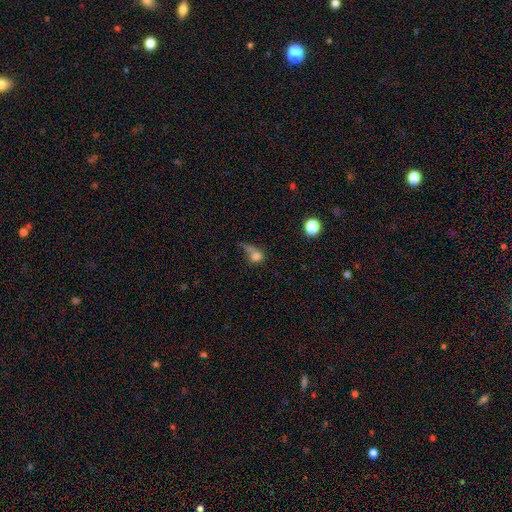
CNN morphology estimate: smooth-or-featured: smooth: 68% | featured or disk: 17% | star or artifact: 15%
  how-rounded: round: 57% | in between: 38% | cigar-shaped: 5%
  merging: none: 31% | major disturbance: 27% | merger: 26% | minor disturbance: 16%